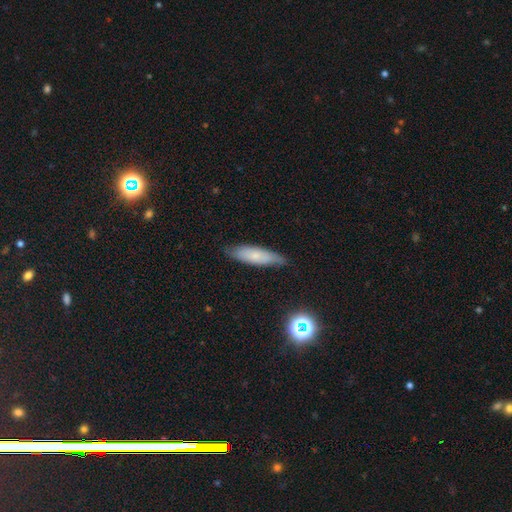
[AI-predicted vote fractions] The model was most divided on "how rounded": cigar-shaped: 63%, in between: 35%, round: 2%. More confident: merging — none (80%); smooth or featured — smooth (70%).